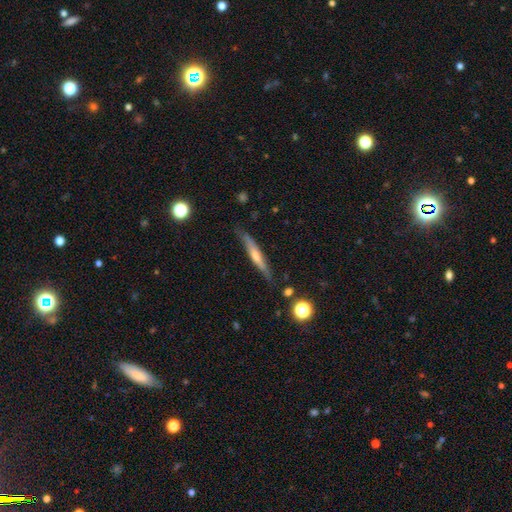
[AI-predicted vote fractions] Overall: featured or disk (58%; smooth 35%). Edge-on disk: yes (94%). Edge-on bulge: rounded (67%). Merging: none (81%).